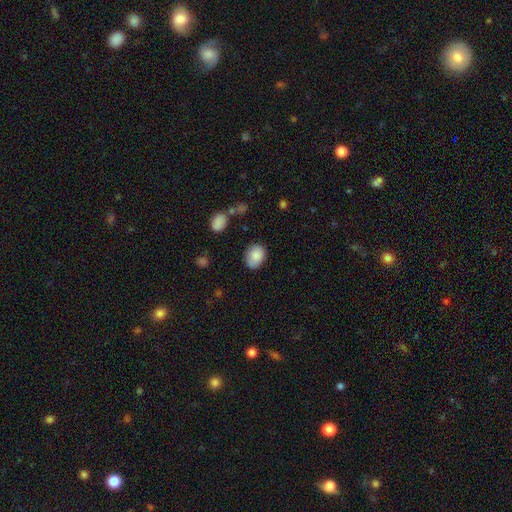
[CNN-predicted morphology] smooth_or_featured: smooth (p=0.87) [alt: star or artifact p=0.08]
how_rounded: in between (p=0.64) [alt: round p=0.35]
merging: none (p=0.77) [alt: minor disturbance p=0.18]